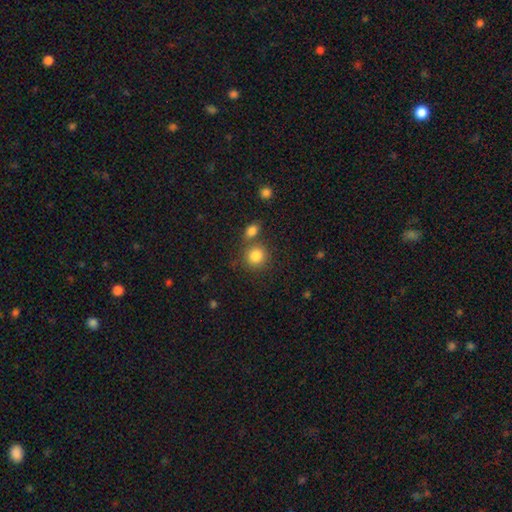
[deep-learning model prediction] Smooth or featured?
  - smooth: 84% *
  - star or artifact: 10%
  - featured or disk: 6%
How rounded?
  - round: 87% *
  - in between: 12%
  - cigar-shaped: 1%
Merging?
  - none: 67% *
  - merger: 21%
  - minor disturbance: 9%
  - major disturbance: 3%